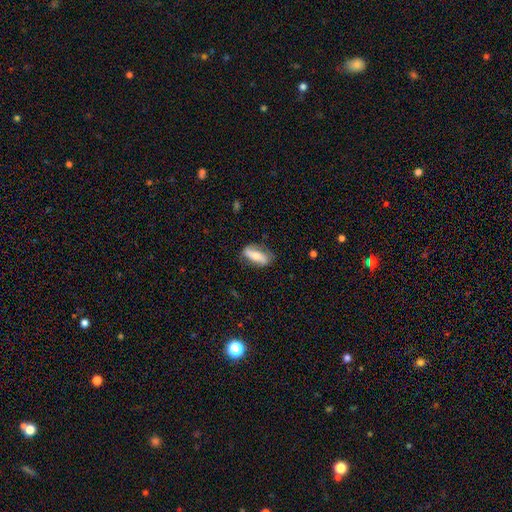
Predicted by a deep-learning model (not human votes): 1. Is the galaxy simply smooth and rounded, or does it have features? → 51% smooth, 43% featured or disk, 6% star or artifact.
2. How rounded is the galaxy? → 74% in between, 22% cigar-shaped, 4% round.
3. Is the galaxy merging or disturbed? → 73% none, 19% minor disturbance, 6% major disturbance, 1% merger.